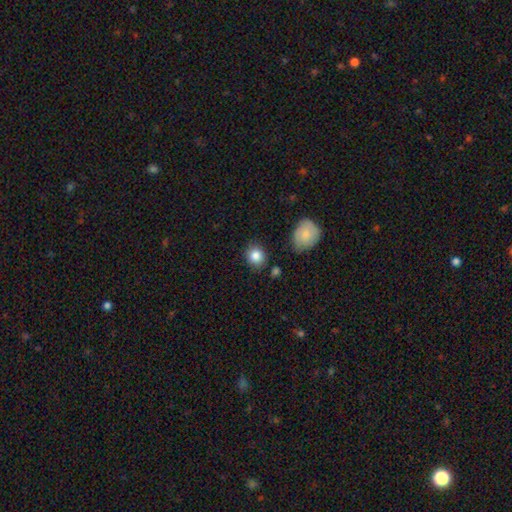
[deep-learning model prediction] Smooth or featured?
  - smooth: 85% *
  - star or artifact: 9%
  - featured or disk: 6%
How rounded?
  - round: 76% *
  - in between: 23%
  - cigar-shaped: 1%
Merging?
  - none: 81% *
  - minor disturbance: 13%
  - merger: 4%
  - major disturbance: 3%